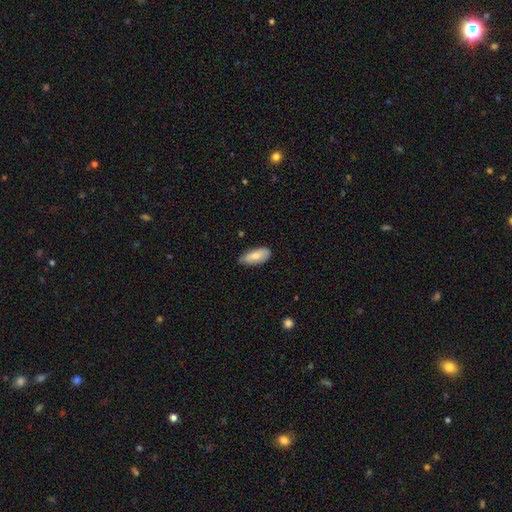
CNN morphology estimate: smooth 76%, featured or disk 18%, star or artifact 6%. Down the decision tree: how rounded — in between (88%); merging — none (75%).